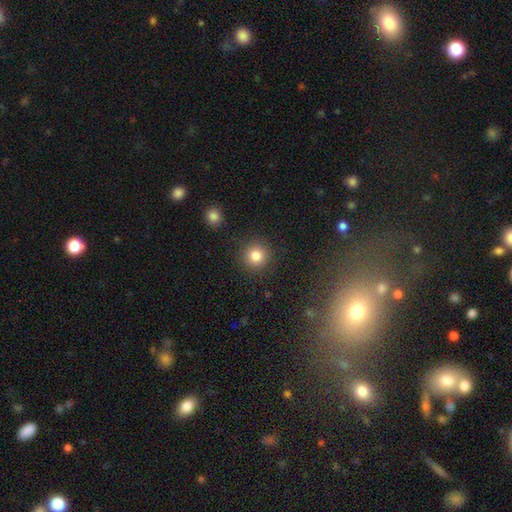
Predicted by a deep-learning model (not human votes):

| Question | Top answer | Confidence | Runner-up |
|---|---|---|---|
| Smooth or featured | smooth | 83% | star or artifact (11%) |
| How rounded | round | 94% | in between (5%) |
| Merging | none | 89% | minor disturbance (6%) |